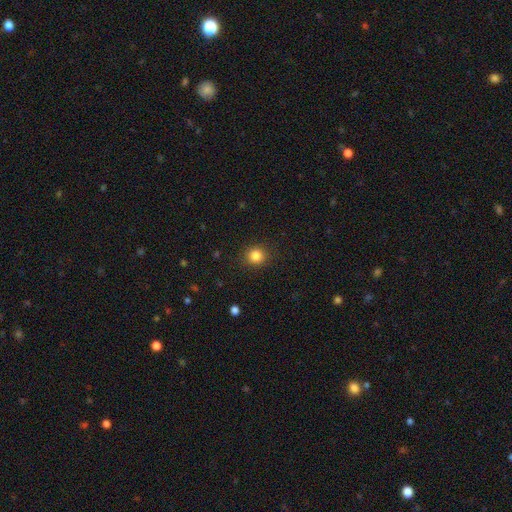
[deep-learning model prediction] This is clearly a smooth galaxy (84%). How rounded: clearly round (88%). Merging: clearly none (90%).